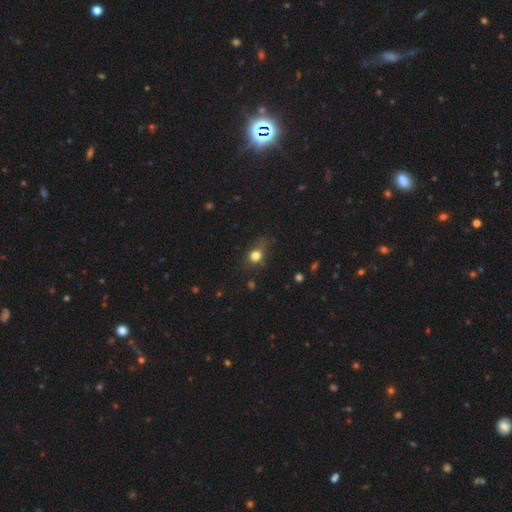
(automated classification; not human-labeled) Smooth or featured: smooth — 76% (star or artifact — 14%)
How rounded: round — 72% (in between — 26%)
Merging: none — 57% (minor disturbance — 26%)